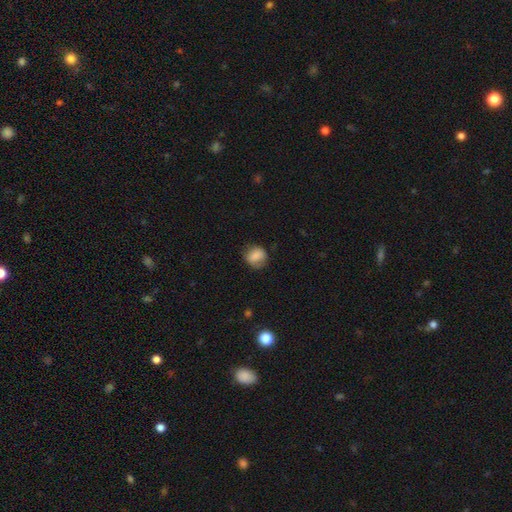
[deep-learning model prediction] Overall: smooth (81%). How rounded: round (65%; in between 34%). Merging: none (66%).